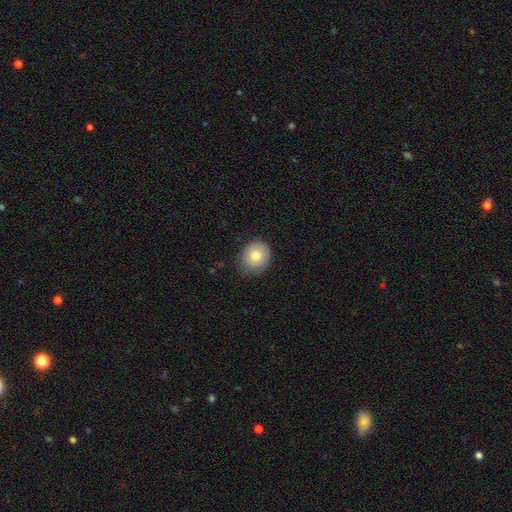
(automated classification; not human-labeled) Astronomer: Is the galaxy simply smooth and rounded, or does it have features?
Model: smooth — 79%.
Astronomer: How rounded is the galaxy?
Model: round — 72%.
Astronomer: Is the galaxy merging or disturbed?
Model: none — 71%.